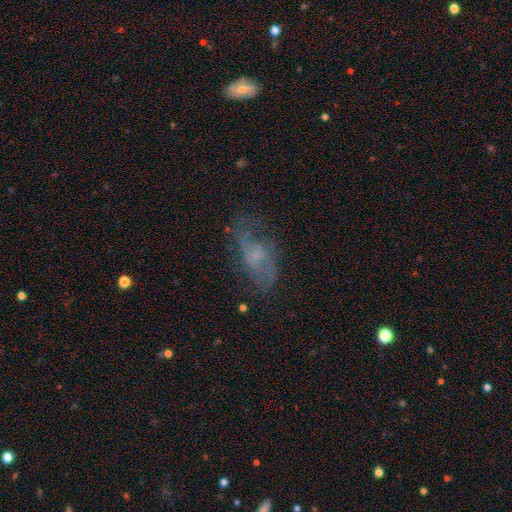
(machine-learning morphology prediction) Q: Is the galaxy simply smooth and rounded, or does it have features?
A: featured or disk — 58%.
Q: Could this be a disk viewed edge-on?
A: no — 94%.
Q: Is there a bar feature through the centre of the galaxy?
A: no — 60%.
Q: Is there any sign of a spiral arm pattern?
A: yes — 74%.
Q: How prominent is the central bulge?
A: none — 39%.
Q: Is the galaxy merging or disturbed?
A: none — 57%.